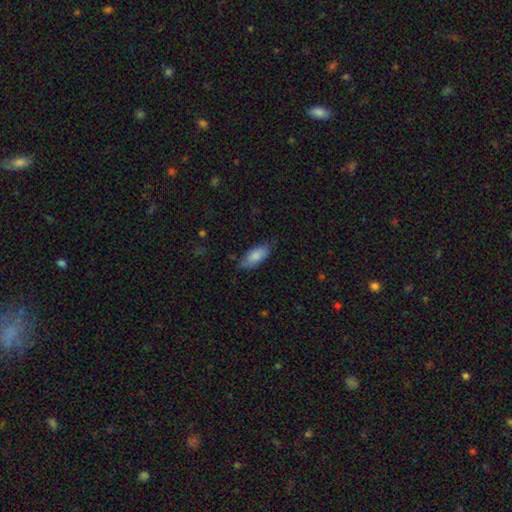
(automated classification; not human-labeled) The model was most divided on "merging": none: 71%, minor disturbance: 23%, major disturbance: 5%, merger: 2%. More confident: smooth or featured — smooth (83%); how rounded — in between (83%).